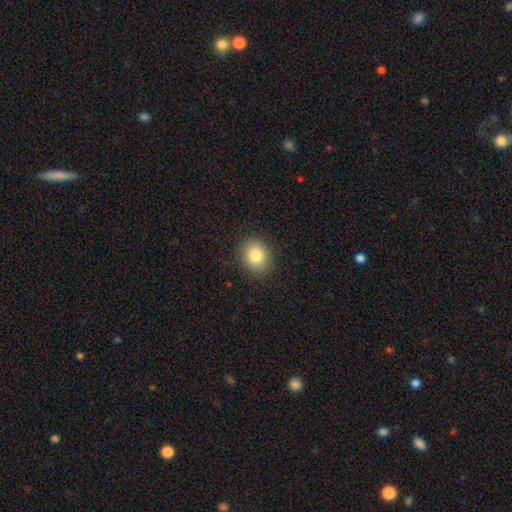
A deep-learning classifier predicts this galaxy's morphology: A smooth galaxy with no disk features (84%) that is round (62%). Merging: none (88%).